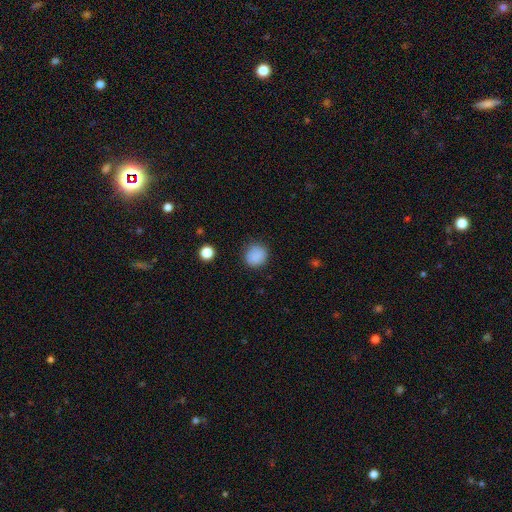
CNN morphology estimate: Smooth or featured? smooth (87%)
How rounded? round (85%)
Merging? none (84%)